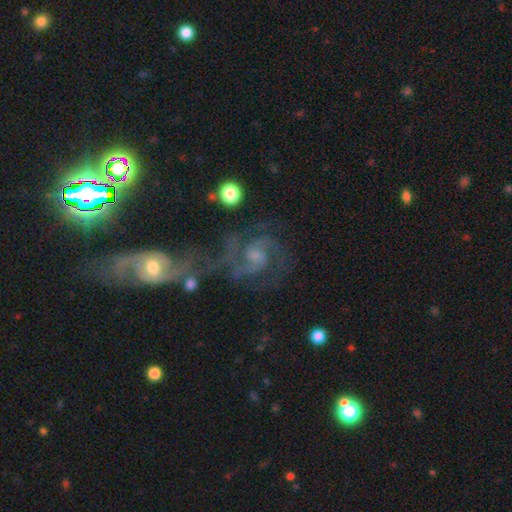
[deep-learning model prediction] The model was most divided on "bar": no: 50%, weak: 40%, strong: 10%. Remaining: edge-on disk — no (98%); spiral arms — yes (96%); smooth or featured — featured or disk (84%); spiral arm count — 2 (66%); spiral winding — medium (53%); bulge size — small (49%); merging — none (40%).